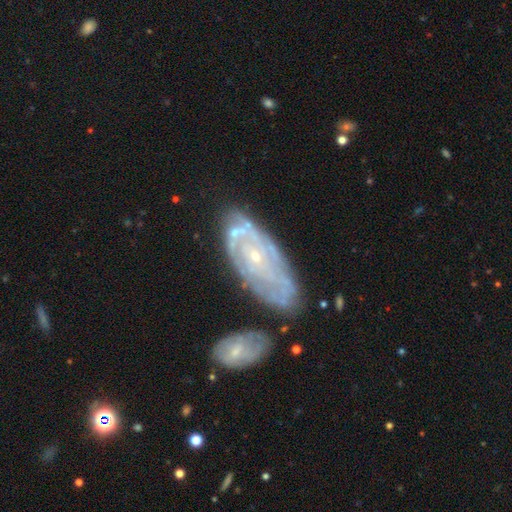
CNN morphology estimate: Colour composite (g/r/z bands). It shows a featured or disk galaxy (79%) with no bar (78%), tight (69%) spiral arms (80%) and a small central bulge (81%). Merging: none (54%).